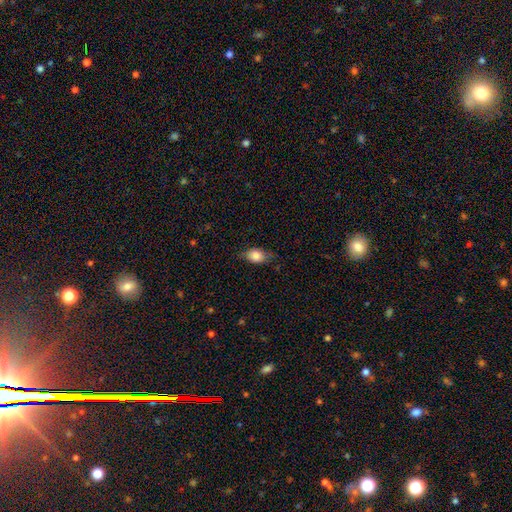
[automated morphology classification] smooth-or-featured: smooth: 80% | featured or disk: 12% | star or artifact: 8%
  how-rounded: in between: 77% | round: 20% | cigar-shaped: 3%
  merging: none: 69% | minor disturbance: 23% | major disturbance: 6% | merger: 1%